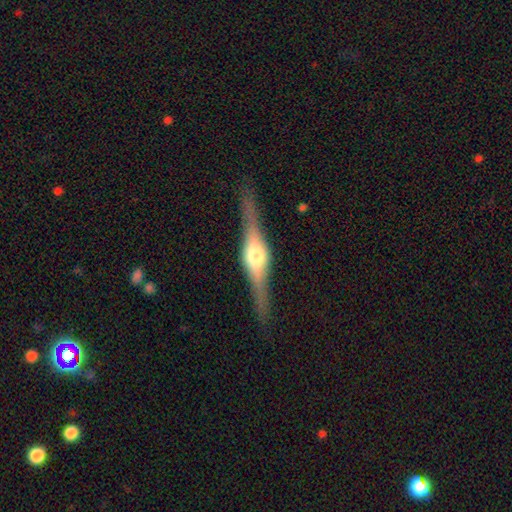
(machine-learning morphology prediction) type=featured or disk (78%); edge-on=yes (97%); edge-on bulge=rounded (91%); merging=none (85%).